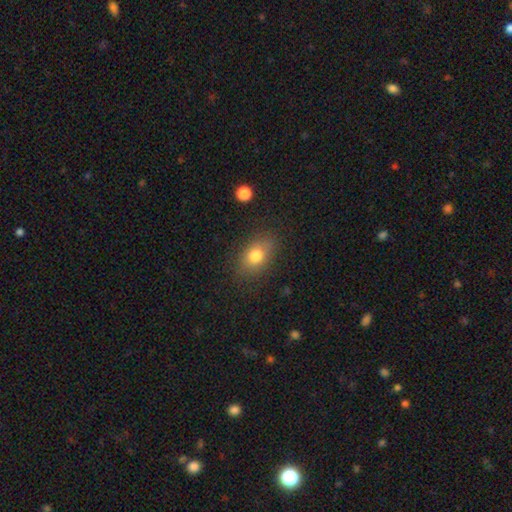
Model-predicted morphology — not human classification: A smooth galaxy with no disk features (77%) that is in between round and cigar-shaped (78%). Merging: none (81%).